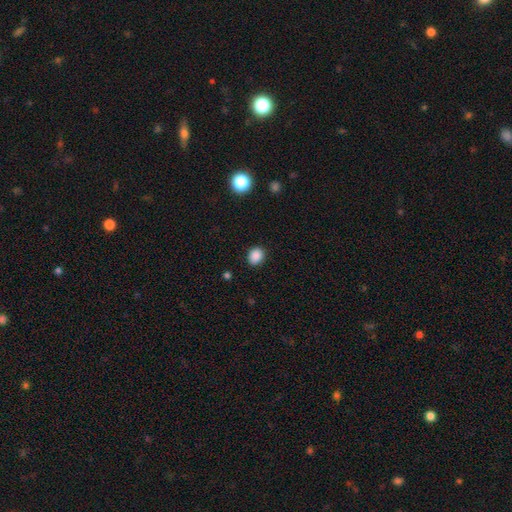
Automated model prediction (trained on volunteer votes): Q: Smooth or featured?
A: smooth (87%); runner-up: star or artifact (10%)
Q: How rounded?
A: round (55%); runner-up: in between (44%)
Q: Merging?
A: none (88%); runner-up: minor disturbance (9%)